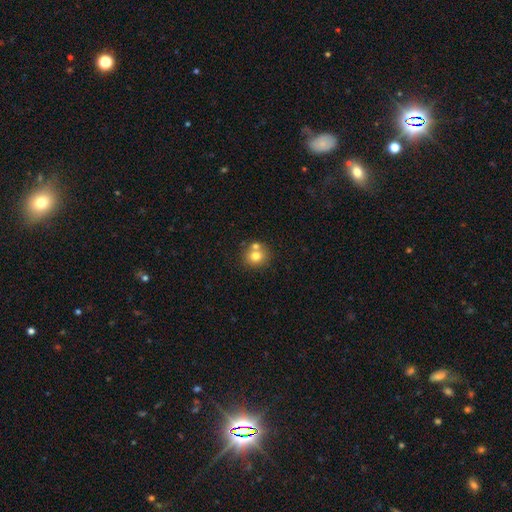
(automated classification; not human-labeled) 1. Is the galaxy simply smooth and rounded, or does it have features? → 75% smooth, 14% featured or disk, 11% star or artifact.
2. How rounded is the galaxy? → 82% round, 17% in between, 1% cigar-shaped.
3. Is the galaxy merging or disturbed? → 57% none, 31% merger, 9% minor disturbance, 3% major disturbance.